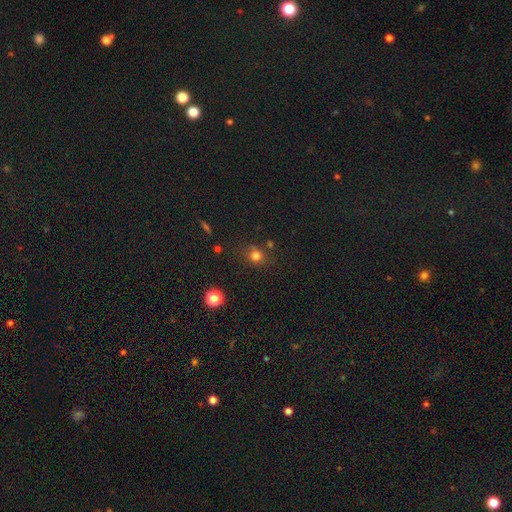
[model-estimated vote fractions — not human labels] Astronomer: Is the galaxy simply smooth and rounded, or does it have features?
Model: smooth — 76%.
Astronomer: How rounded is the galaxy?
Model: round — 82%.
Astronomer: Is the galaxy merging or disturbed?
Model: none — 74%.